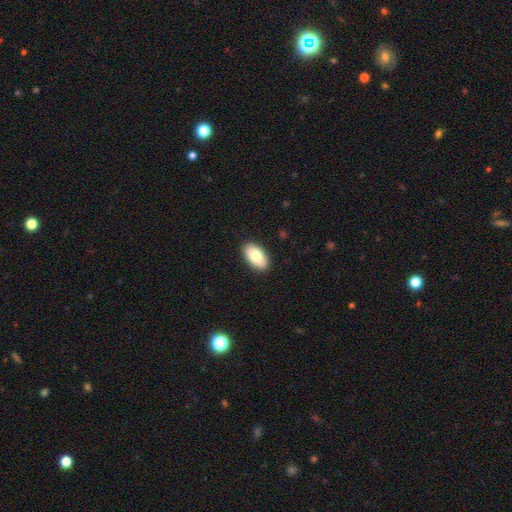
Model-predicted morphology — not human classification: smooth 78%, featured or disk 16%, star or artifact 6%. Down the decision tree: how rounded — in between (95%); merging — none (90%).